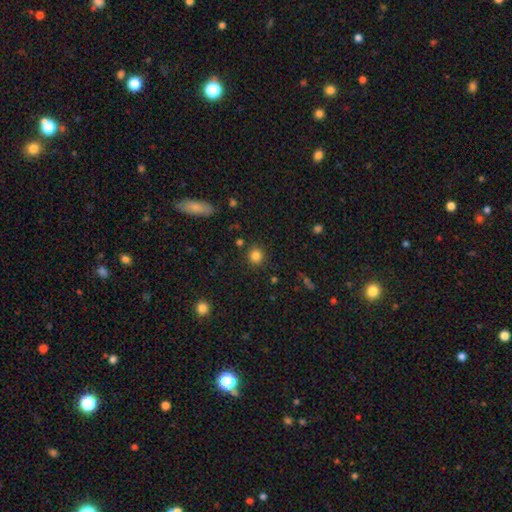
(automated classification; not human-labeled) This is clearly a smooth galaxy (83%). How rounded: clearly round (90%). Merging: clearly none (87%).